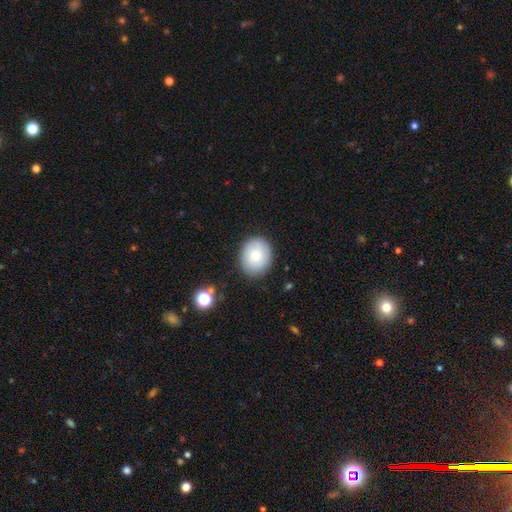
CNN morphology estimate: smooth 78%, featured or disk 14%, star or artifact 8%. Down the decision tree: how rounded — round (68%); merging — none (85%).